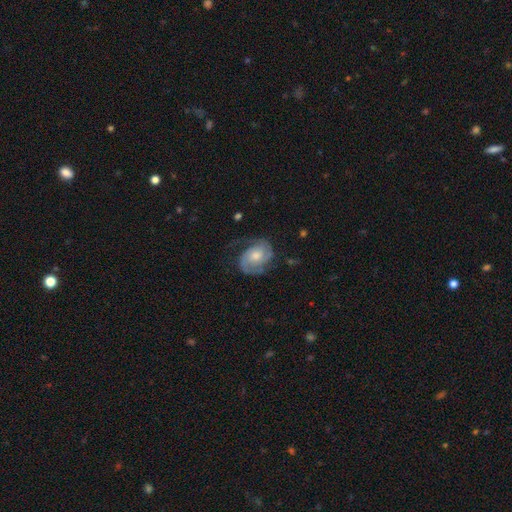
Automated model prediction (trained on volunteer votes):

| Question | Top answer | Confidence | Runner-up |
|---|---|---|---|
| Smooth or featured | featured or disk | 80% | smooth (14%) |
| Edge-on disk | no | 98% | yes (2%) |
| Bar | no | 64% | weak (31%) |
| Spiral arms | yes | 95% | no (5%) |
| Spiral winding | medium | 45% | tight (37%) |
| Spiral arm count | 2 | 82% | can't tell (8%) |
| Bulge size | moderate | 55% | small (25%) |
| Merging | none | 62% | minor disturbance (21%) |